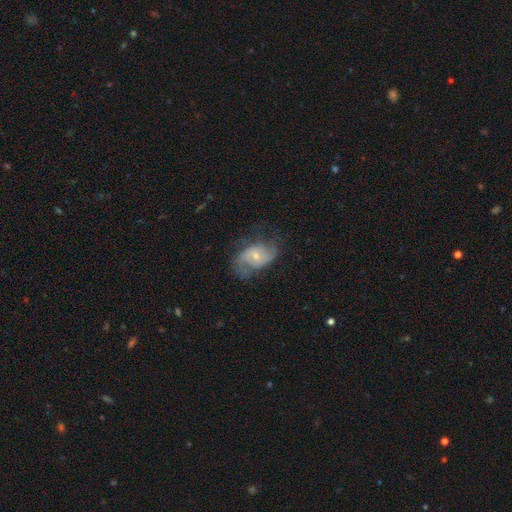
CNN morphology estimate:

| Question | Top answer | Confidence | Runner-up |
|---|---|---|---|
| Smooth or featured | featured or disk | 75% | smooth (19%) |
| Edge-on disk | no | 97% | yes (3%) |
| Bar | no | 55% | weak (38%) |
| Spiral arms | yes | 91% | no (9%) |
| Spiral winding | medium | 45% | loose (35%) |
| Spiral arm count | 2 | 72% | can't tell (13%) |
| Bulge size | small | 57% | moderate (38%) |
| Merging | none | 58% | minor disturbance (23%) |